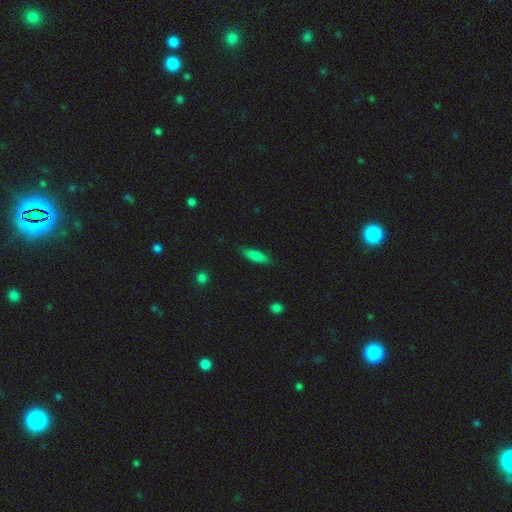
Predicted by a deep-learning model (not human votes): Smooth or featured? smooth (79%)
How rounded? cigar-shaped (52%)
Merging? none (85%)